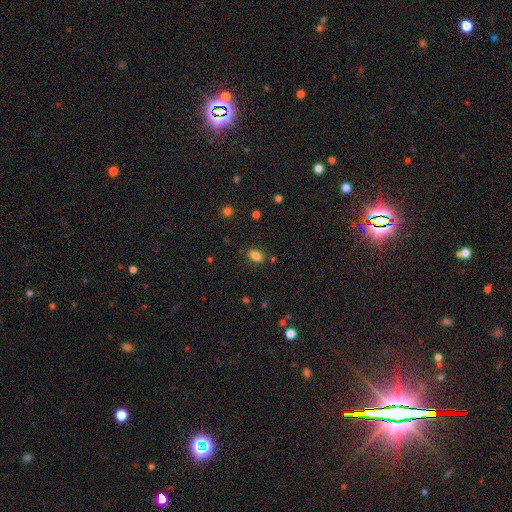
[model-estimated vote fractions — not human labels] Smooth or featured? smooth (84%)
How rounded? in between (86%)
Merging? none (81%)